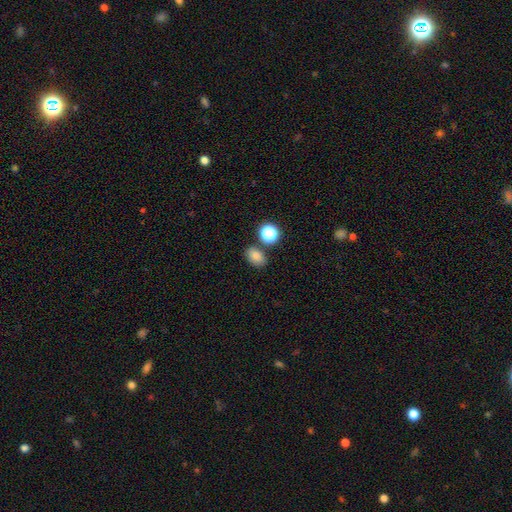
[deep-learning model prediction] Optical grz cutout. It shows a smooth galaxy with no disk features (77%) that is in between round and cigar-shaped (72%). Merging: none (75%).